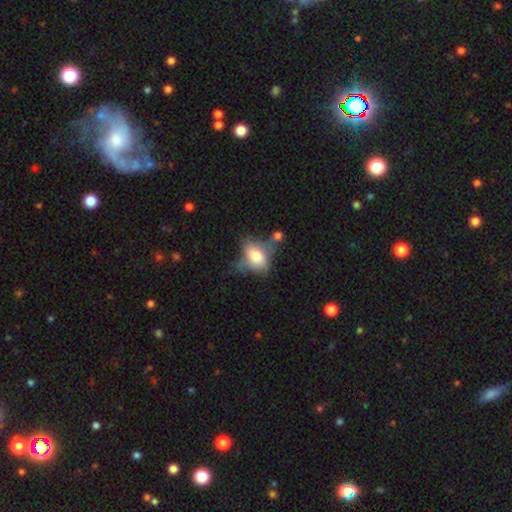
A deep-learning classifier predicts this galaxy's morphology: Smooth or featured? smooth (66%)
How rounded? in between (76%)
Merging? none (38%)